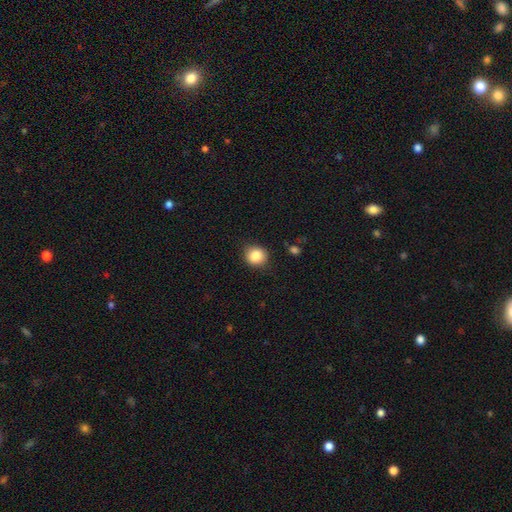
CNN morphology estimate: Smooth or featured: smooth — 85% (star or artifact — 10%)
How rounded: round — 84% (in between — 16%)
Merging: none — 85% (minor disturbance — 11%)